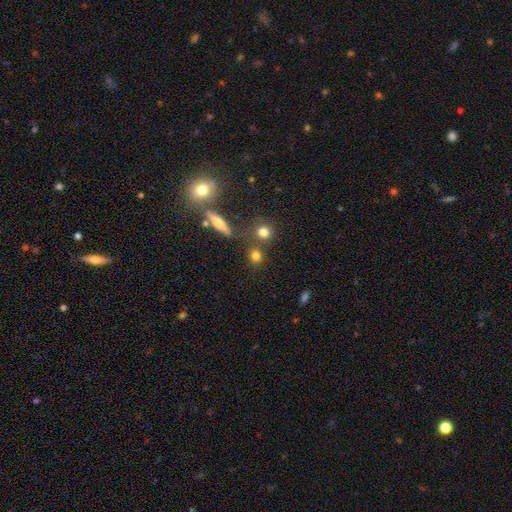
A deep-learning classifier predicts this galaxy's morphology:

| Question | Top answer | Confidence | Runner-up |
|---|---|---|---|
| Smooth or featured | smooth | 76% | star or artifact (14%) |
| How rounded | round | 85% | in between (12%) |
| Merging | none | 73% | merger (16%) |